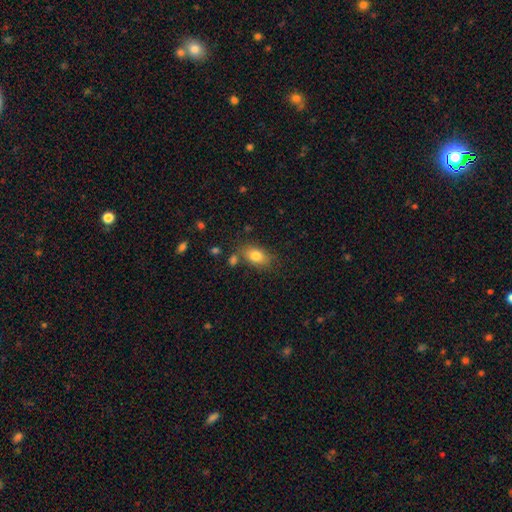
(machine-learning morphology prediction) Smooth or featured? smooth (81%)
How rounded? in between (87%)
Merging? none (70%)